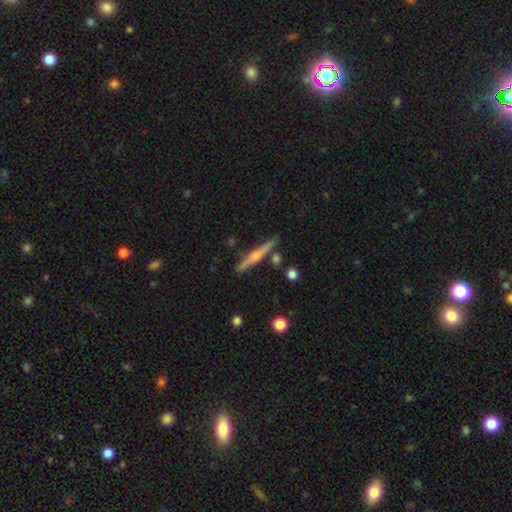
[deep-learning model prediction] This appears to be a featured or disk galaxy (57%) viewed edge-on (97%) with a rounded central bulge (73%). Merging: none (84%).